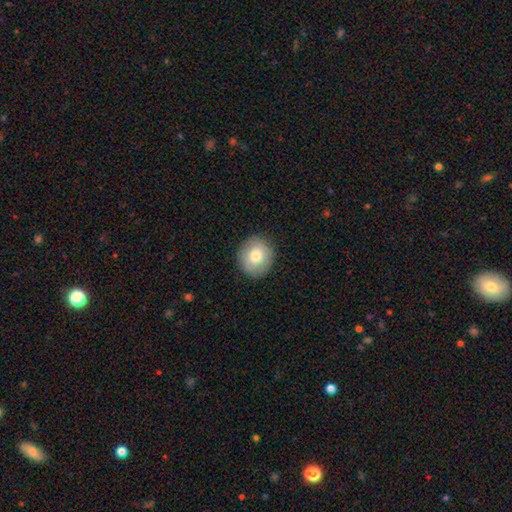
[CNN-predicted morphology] This is likely a smooth galaxy (77%). How rounded: clearly round (81%). Merging: clearly none (89%).